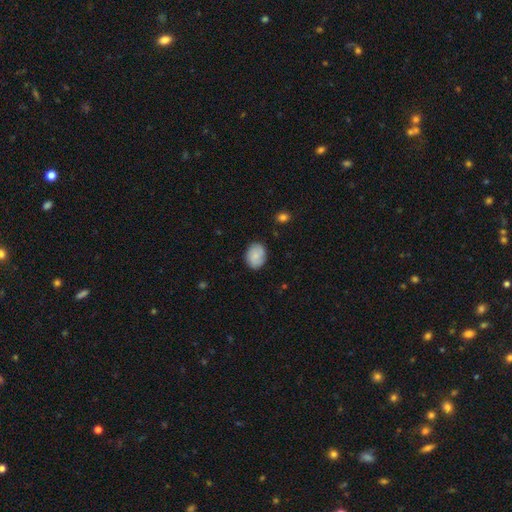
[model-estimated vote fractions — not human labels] Smooth or featured? Predicted: smooth (p=0.80). How rounded? Predicted: in between (p=0.64). Merging? Predicted: none (p=0.83).